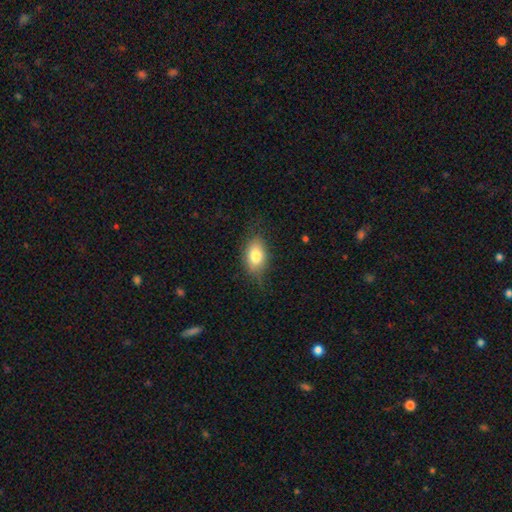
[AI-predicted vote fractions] A smooth galaxy with no disk features (79%) that is in between round and cigar-shaped (85%). Merging: none (71%).